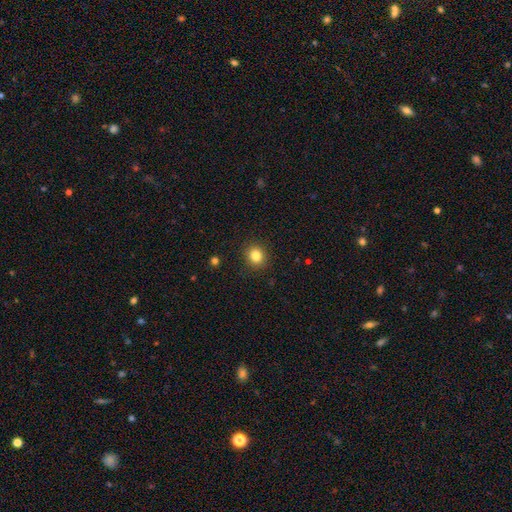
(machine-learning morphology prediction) Smooth or featured? smooth (83%)
How rounded? round (81%)
Merging? none (91%)